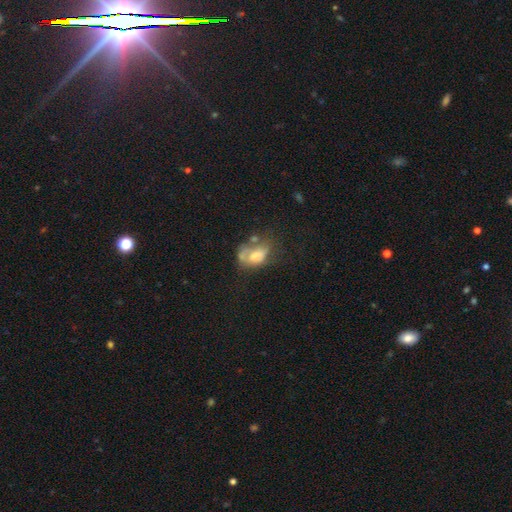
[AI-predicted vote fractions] smooth 47%, featured or disk 40%, star or artifact 13%. Down the decision tree: merging — major disturbance (30%).